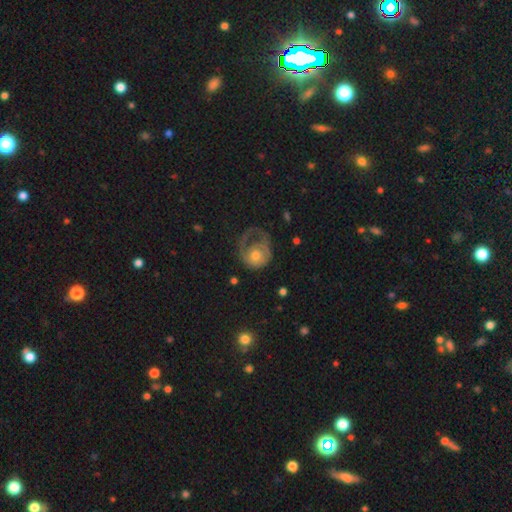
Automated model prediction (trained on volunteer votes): A featured or disk galaxy (57%) with no bar (82%), spiral arms (61%) and a moderate central bulge (58%). Merging: major disturbance (48%).